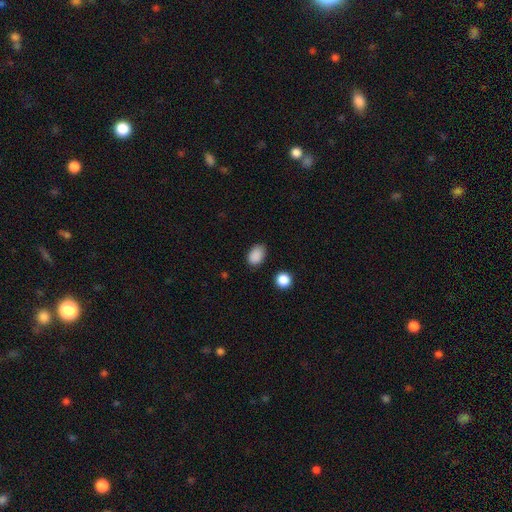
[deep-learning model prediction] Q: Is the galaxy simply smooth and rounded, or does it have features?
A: smooth — 88%.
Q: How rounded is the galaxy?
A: in between — 82%.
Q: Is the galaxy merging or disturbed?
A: none — 80%.